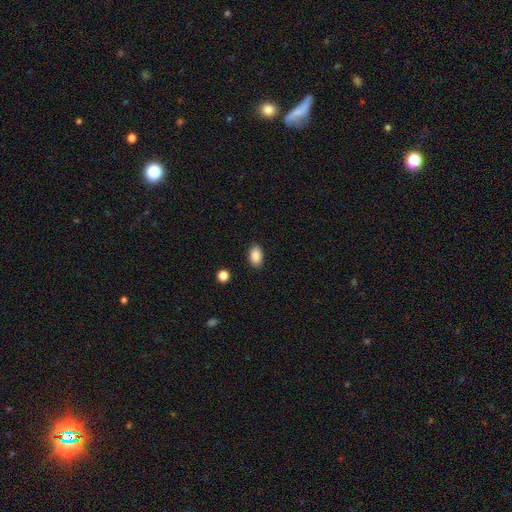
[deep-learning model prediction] Q: Smooth or featured?
A: smooth (89%); runner-up: star or artifact (8%)
Q: How rounded?
A: in between (89%); runner-up: round (9%)
Q: Merging?
A: none (88%); runner-up: minor disturbance (9%)